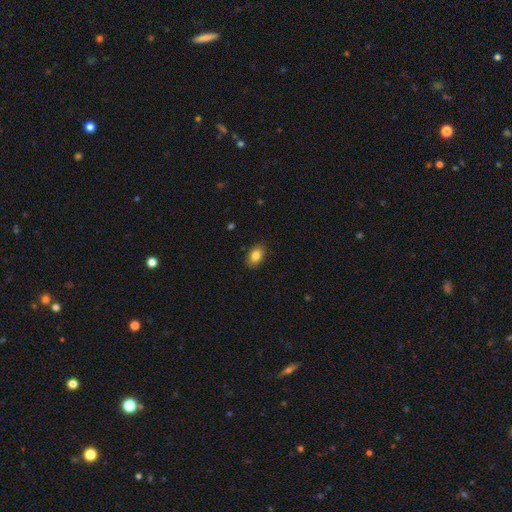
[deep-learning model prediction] Q: Smooth or featured?
A: smooth (84%); runner-up: star or artifact (8%)
Q: How rounded?
A: in between (85%); runner-up: round (13%)
Q: Merging?
A: none (87%); runner-up: minor disturbance (10%)